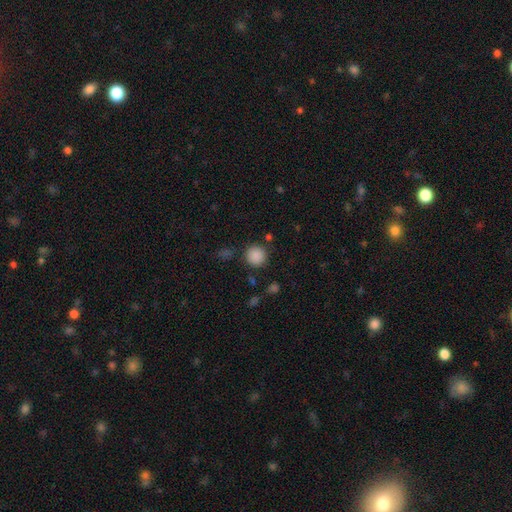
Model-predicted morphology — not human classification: Smooth or featured? smooth (87%)
How rounded? round (93%)
Merging? none (85%)